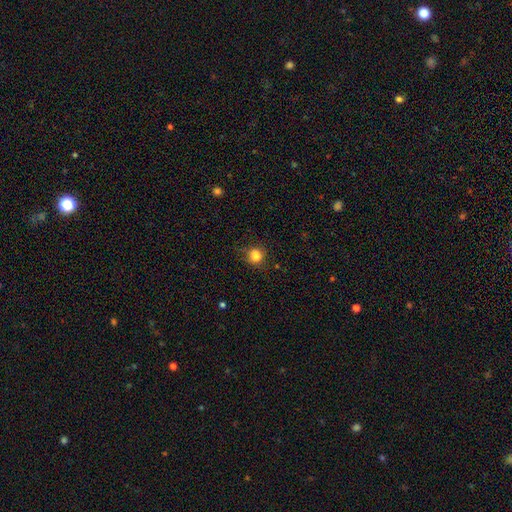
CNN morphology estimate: Smooth or featured?
  - smooth: 82% *
  - star or artifact: 12%
  - featured or disk: 6%
How rounded?
  - round: 73% *
  - in between: 26%
  - cigar-shaped: 1%
Merging?
  - none: 68% *
  - minor disturbance: 22%
  - major disturbance: 7%
  - merger: 3%